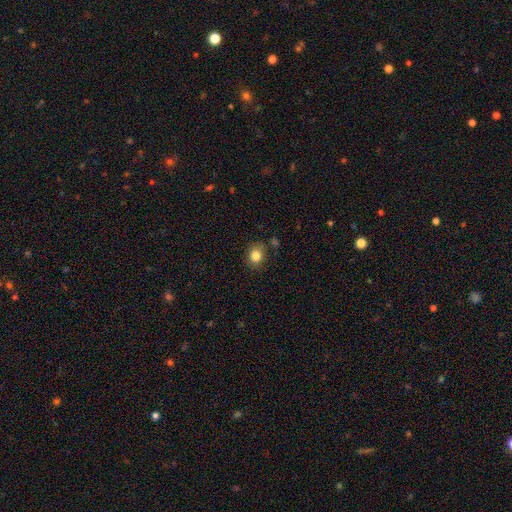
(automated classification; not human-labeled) smooth 82%, star or artifact 11%, featured or disk 7%. Down the decision tree: how rounded — round (65%); merging — none (80%).